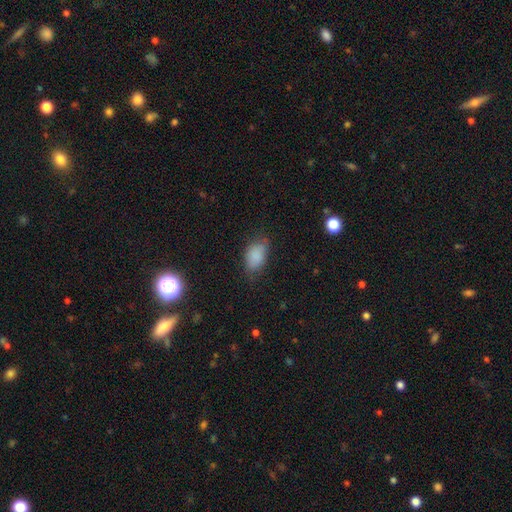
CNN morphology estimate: A smooth galaxy with no disk features (84%) that is in between round and cigar-shaped (88%).

Vote fractions:
- Smooth or featured? smooth: 84% / star or artifact: 9% / featured or disk: 7%
- How rounded? in between: 88% / round: 9% / cigar-shaped: 2%
- Merging? none: 65% / minor disturbance: 26% / major disturbance: 7% / merger: 1%